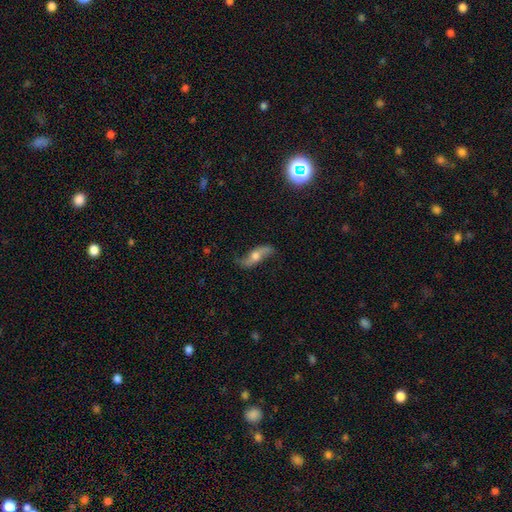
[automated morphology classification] Smooth or featured?
  - featured or disk: 66% *
  - smooth: 27%
  - star or artifact: 7%
Edge-on disk?
  - no: 76% *
  - yes: 24%
Merging?
  - none: 73% *
  - minor disturbance: 19%
  - major disturbance: 7%
  - merger: 2%